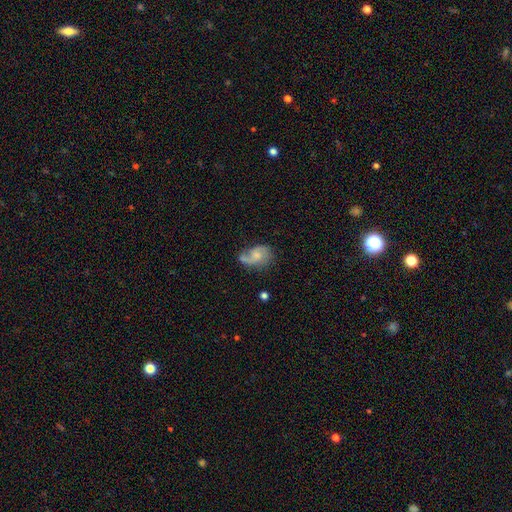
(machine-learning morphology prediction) smooth-or-featured: featured or disk: 67% | smooth: 25% | star or artifact: 7%
  disk-edge-on: no: 98% | yes: 2%
    bar: no: 63% | weak: 32% | strong: 5%
    has-spiral-arms: yes: 89% | no: 11%
      spiral-winding: loose: 47% | medium: 40% | tight: 13%
      spiral-arm-count: 2: 73% | 1: 16% | can't tell: 7% | 3: 2% | 4: 1% | more than 4: 1%
    bulge-size: small: 43% | moderate: 35% | none: 17% | large: 4% | dominant: 1%
  merging: none: 44% | minor disturbance: 27% | major disturbance: 19% | merger: 9%